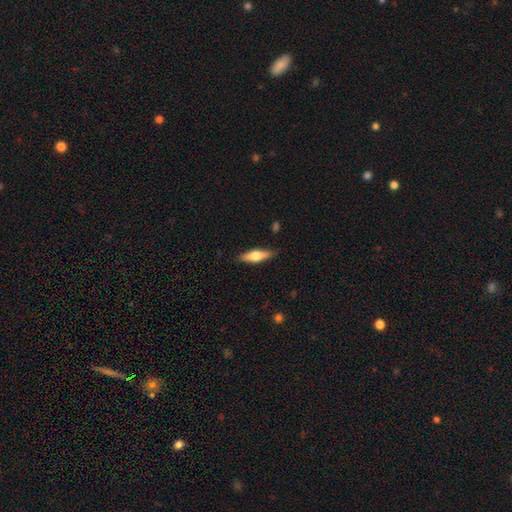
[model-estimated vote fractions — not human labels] smooth_or_featured: smooth (p=0.56) [alt: featured or disk p=0.38]
how_rounded: cigar-shaped (p=0.58) [alt: in between p=0.40]
merging: none (p=0.87) [alt: minor disturbance p=0.10]